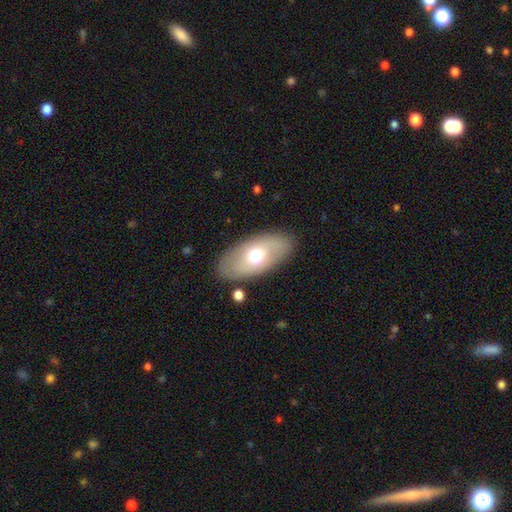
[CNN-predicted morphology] smooth_or_featured: smooth (p=0.56) [alt: featured or disk p=0.37]
how_rounded: in between (p=0.91) [alt: round p=0.05]
merging: none (p=0.85) [alt: minor disturbance p=0.10]